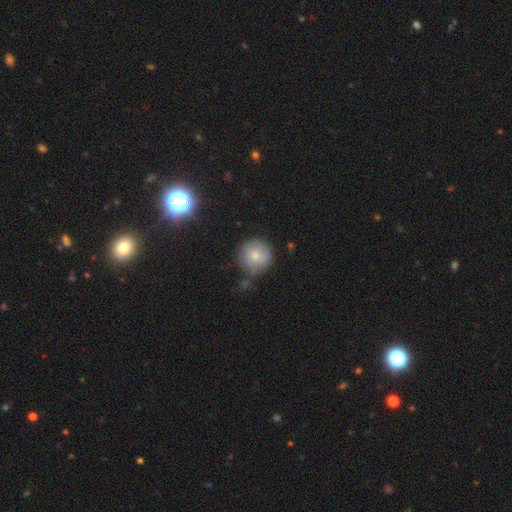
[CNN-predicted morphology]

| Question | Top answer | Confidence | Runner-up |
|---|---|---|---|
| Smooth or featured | smooth | 72% | featured or disk (20%) |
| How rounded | round | 94% | in between (5%) |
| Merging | none | 69% | minor disturbance (20%) |